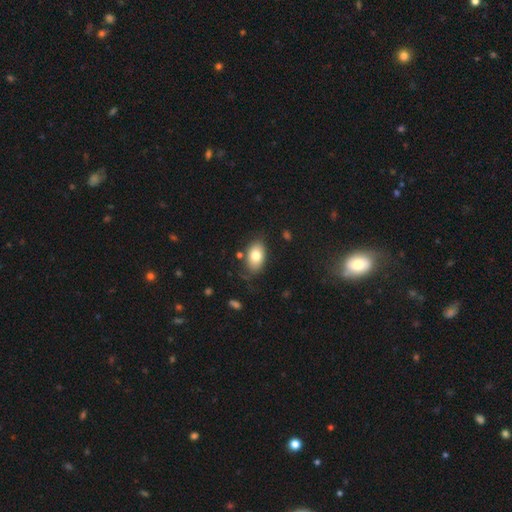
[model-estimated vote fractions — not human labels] Smooth or featured? smooth (78%)
How rounded? in between (90%)
Merging? none (76%)